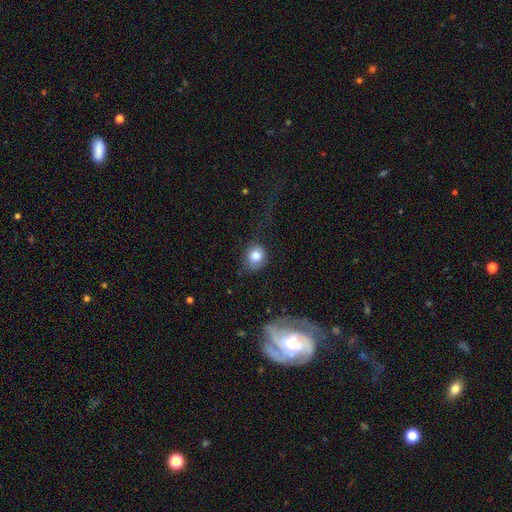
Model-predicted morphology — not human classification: smooth_or_featured: smooth (p=0.81) [alt: featured or disk p=0.10]
how_rounded: round (p=0.73) [alt: in between p=0.26]
merging: none (p=0.59) [alt: minor disturbance p=0.23]